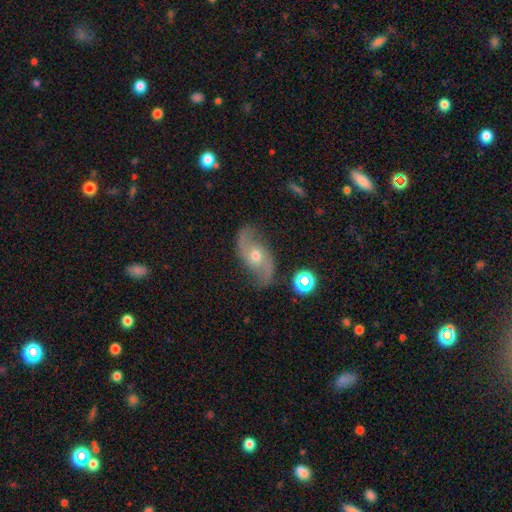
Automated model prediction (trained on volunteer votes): Smooth or featured? Predicted: featured or disk (p=0.84). Edge-on disk? Predicted: no (p=0.95). Bar? Predicted: no (p=0.70). Spiral arms? Predicted: yes (p=0.94). Spiral winding? Predicted: loose (p=0.57). Spiral arm count? Predicted: 2 (p=0.92). Bulge size? Predicted: moderate (p=0.56). Merging? Predicted: none (p=0.79).